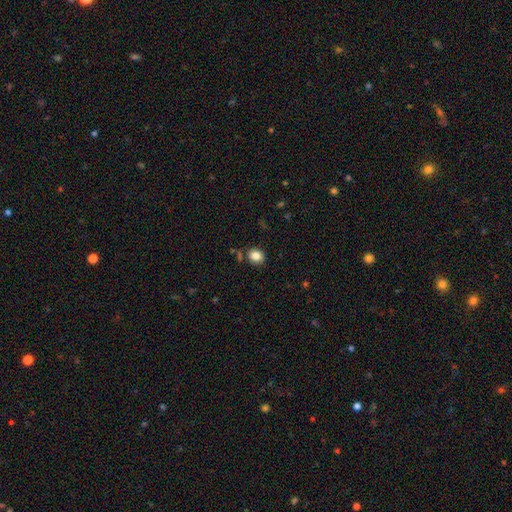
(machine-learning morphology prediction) smooth_or_featured: smooth (p=0.83) [alt: star or artifact p=0.10]
how_rounded: round (p=0.68) [alt: in between p=0.32]
merging: none (p=0.83) [alt: minor disturbance p=0.10]